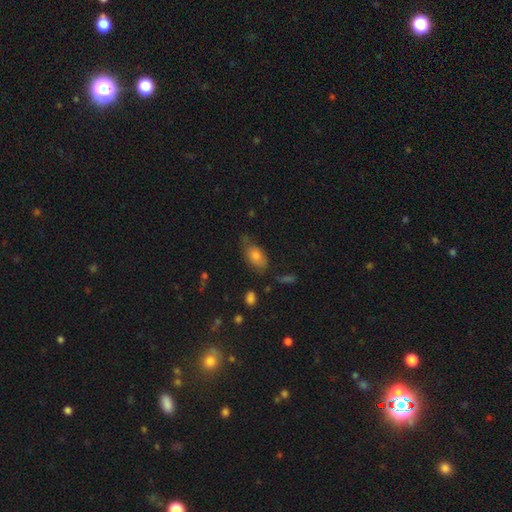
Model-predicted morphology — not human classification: Overall: smooth (70%). How rounded: in between (88%). Merging: none (62%; minor disturbance 26%).